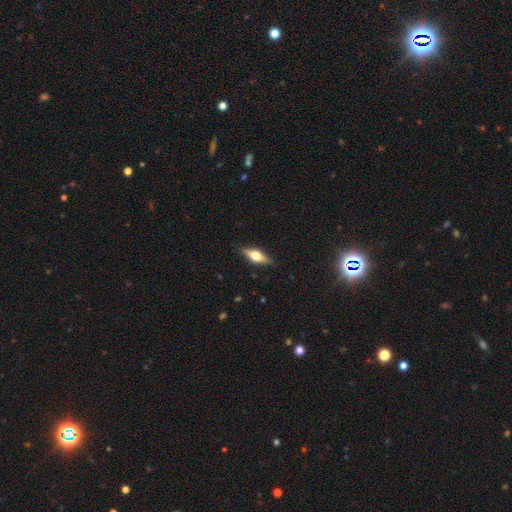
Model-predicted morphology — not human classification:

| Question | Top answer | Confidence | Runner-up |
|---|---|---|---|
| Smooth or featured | featured or disk | 56% | smooth (37%) |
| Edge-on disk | yes | 94% | no (6%) |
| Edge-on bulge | rounded | 94% | boxy (5%) |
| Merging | none | 87% | minor disturbance (10%) |